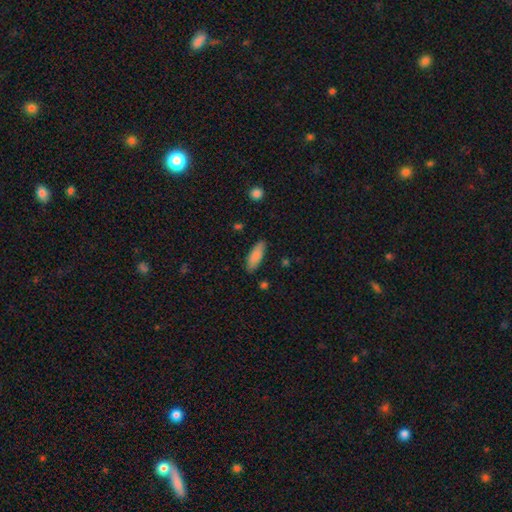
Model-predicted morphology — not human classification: Smooth or featured? smooth (87%)
How rounded? in between (65%)
Merging? none (84%)